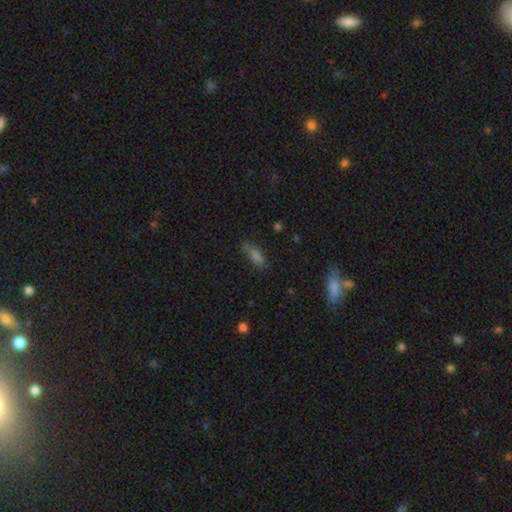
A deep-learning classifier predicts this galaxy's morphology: Overall: smooth (65%). How rounded: in between (61%; cigar-shaped 34%). Merging: none (63%; minor disturbance 24%).